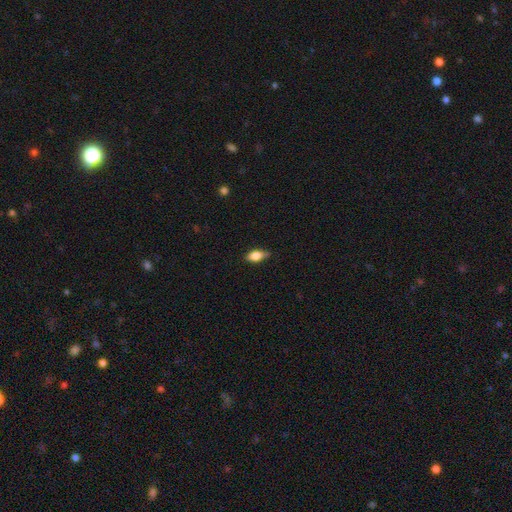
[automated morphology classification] smooth 78%, featured or disk 15%, star or artifact 8%. Down the decision tree: how rounded — in between (85%); merging — none (70%).